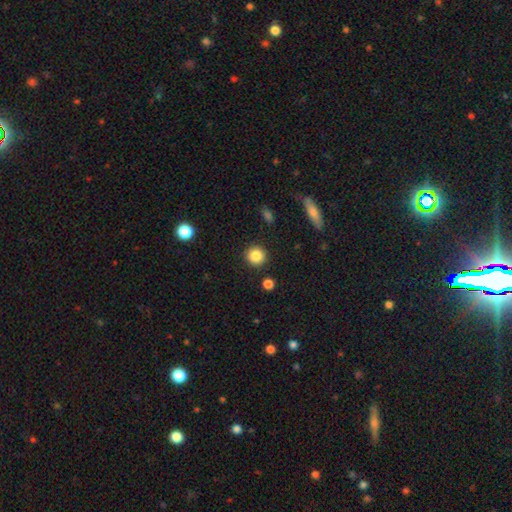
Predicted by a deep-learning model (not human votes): smooth-or-featured: smooth: 85% | star or artifact: 10% | featured or disk: 5%
  how-rounded: round: 93% | in between: 6% | cigar-shaped: 1%
  merging: none: 90% | minor disturbance: 6% | major disturbance: 2% | merger: 2%